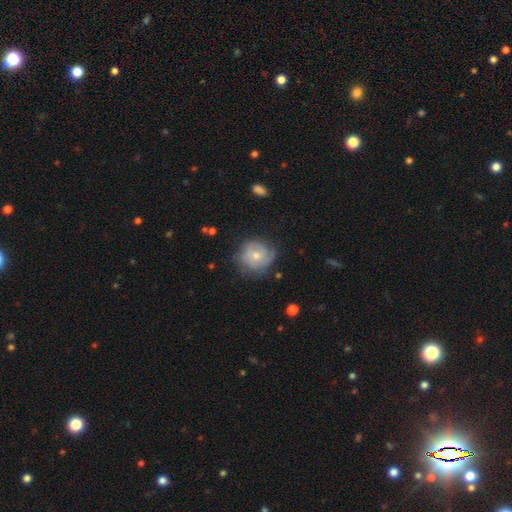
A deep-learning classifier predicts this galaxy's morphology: Smooth or featured? featured or disk (48%)
Merging? none (65%)